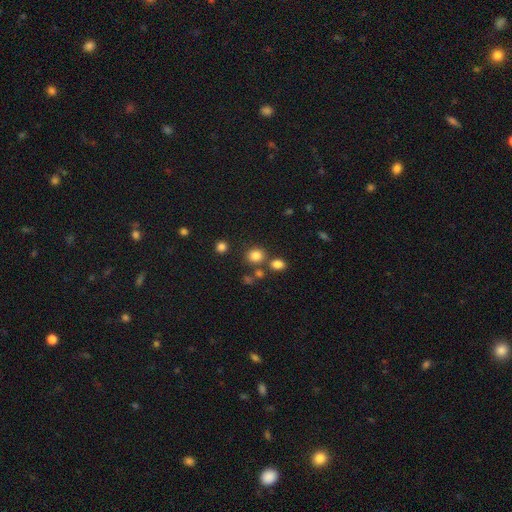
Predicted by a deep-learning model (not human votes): A smooth galaxy with no disk features (81%) that is round (73%). Merging: none (72%).